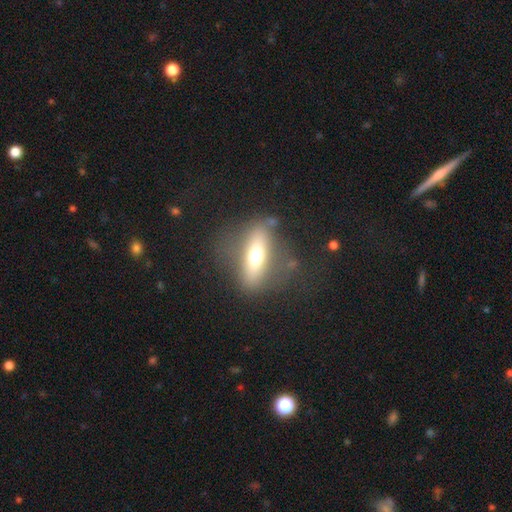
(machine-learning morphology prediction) Overall: smooth (53%; featured or disk 38%). How rounded: in between (58%; cigar-shaped 35%). Merging: none (67%).